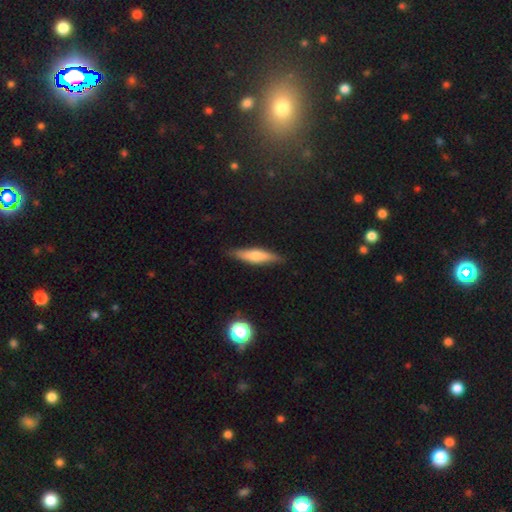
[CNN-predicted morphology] Smooth or featured? Predicted: smooth (p=0.62). How rounded? Predicted: cigar-shaped (p=0.75). Merging? Predicted: none (p=0.85).